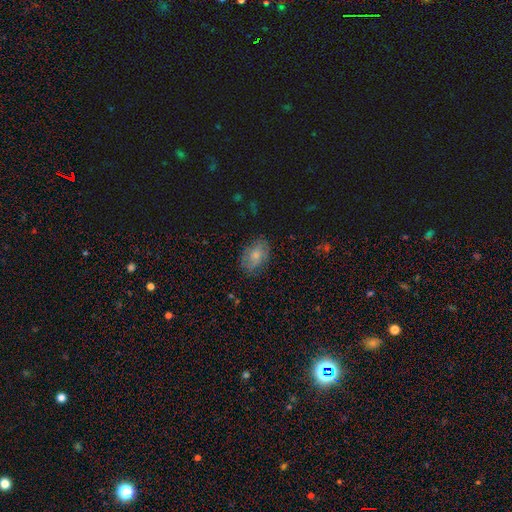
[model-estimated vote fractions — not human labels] smooth-or-featured: smooth: 64% | featured or disk: 27% | star or artifact: 9%
  how-rounded: in between: 83% | round: 15% | cigar-shaped: 2%
  merging: none: 76% | minor disturbance: 18% | major disturbance: 5% | merger: 1%